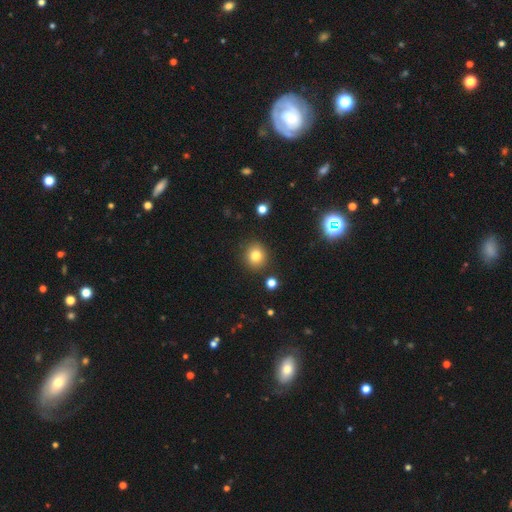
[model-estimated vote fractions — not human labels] Morphology: type=smooth (81%); roundness=round (86%); merging=none (88%).